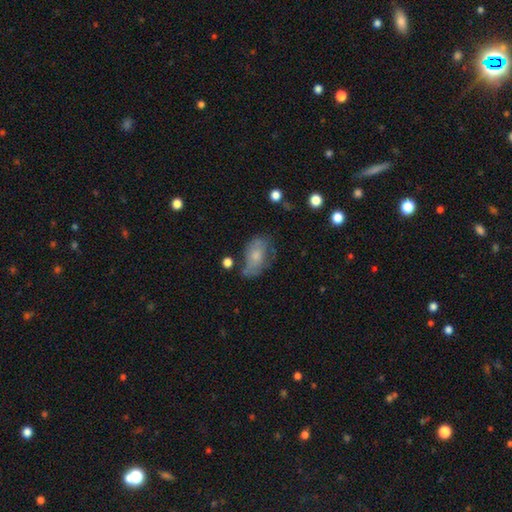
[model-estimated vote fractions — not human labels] A smooth galaxy with no disk features (61%) that is in between round and cigar-shaped (89%).

Vote fractions:
- Smooth or featured? smooth: 61% / featured or disk: 31% / star or artifact: 8%
- How rounded? in between: 89% / round: 8% / cigar-shaped: 3%
- Merging? none: 45% / minor disturbance: 31% / major disturbance: 18% / merger: 5%